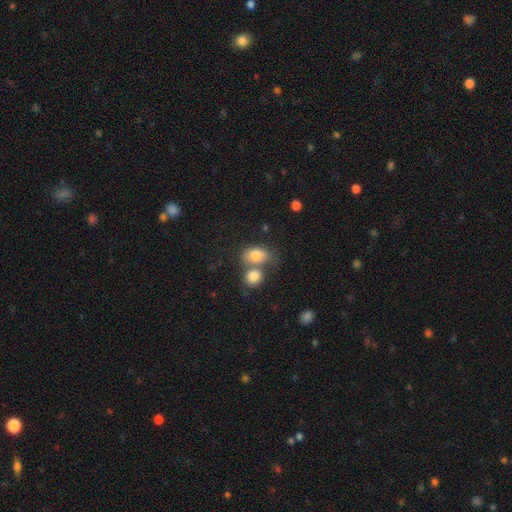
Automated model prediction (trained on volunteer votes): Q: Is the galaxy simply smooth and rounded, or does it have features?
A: smooth — 81%.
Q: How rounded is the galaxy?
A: in between — 73%.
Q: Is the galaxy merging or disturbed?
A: merger — 46%.